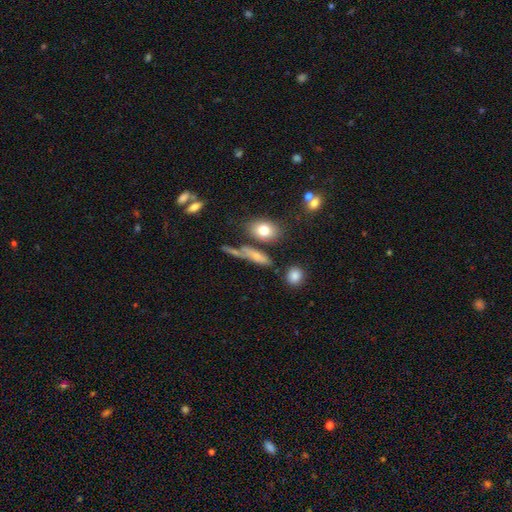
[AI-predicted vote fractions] This is likely a smooth galaxy (63%). How rounded: possibly in between (45%). Merging: possibly none (53%).